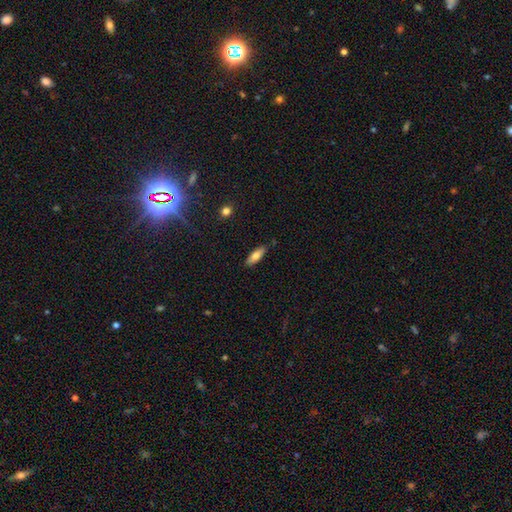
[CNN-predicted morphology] This is likely a smooth galaxy (75%). How rounded: possibly in between (59%). Merging: clearly none (85%).